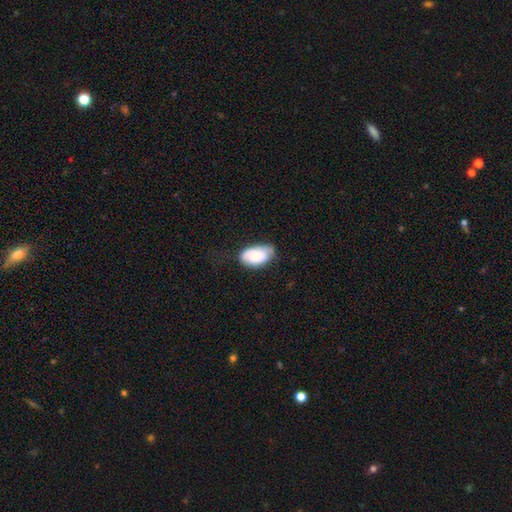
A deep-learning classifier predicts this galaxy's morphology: Overall: smooth (74%). How rounded: in between (94%). Merging: none (47%; minor disturbance 40%).